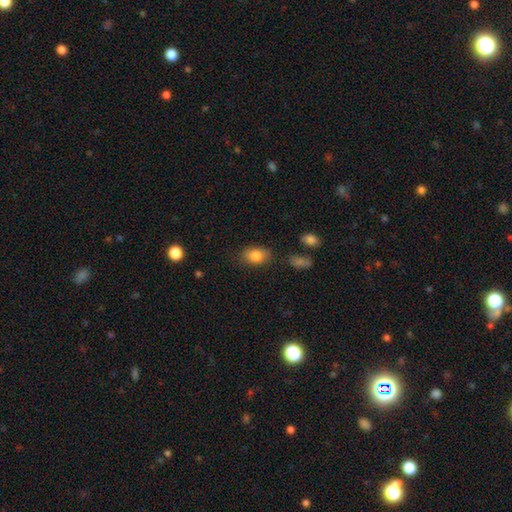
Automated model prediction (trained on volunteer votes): Smooth or featured?
  - smooth: 83% *
  - featured or disk: 9%
  - star or artifact: 8%
How rounded?
  - in between: 82% *
  - round: 17%
  - cigar-shaped: 1%
Merging?
  - none: 80% *
  - minor disturbance: 14%
  - major disturbance: 4%
  - merger: 2%